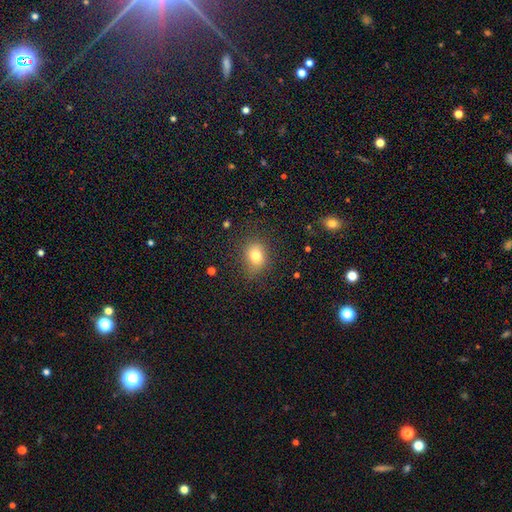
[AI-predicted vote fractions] Overall: smooth (78%). How rounded: round (52%; in between 47%). Merging: none (77%).